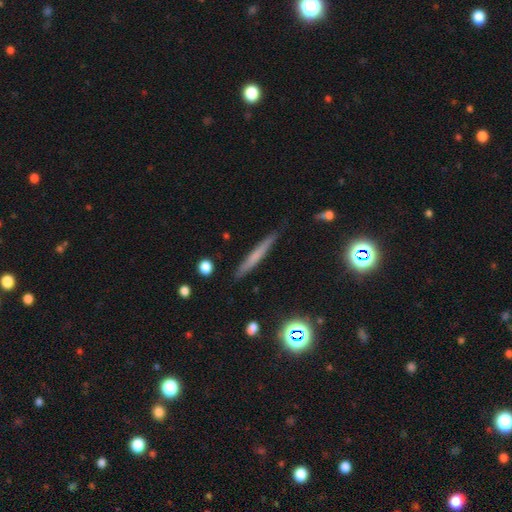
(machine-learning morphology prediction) smooth 52%, featured or disk 37%, star or artifact 11%. Down the decision tree: how rounded — cigar-shaped (94%); merging — none (88%).